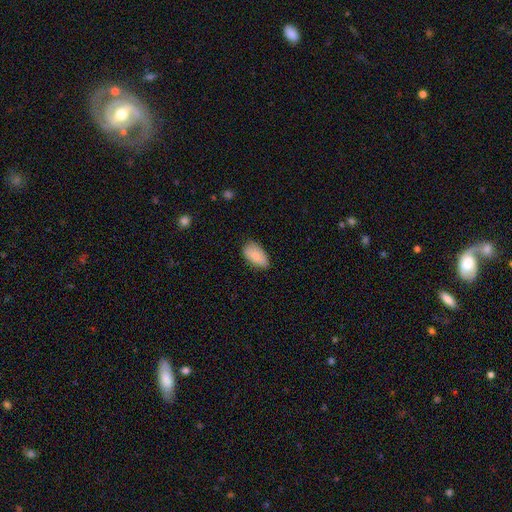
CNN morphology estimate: A smooth galaxy with no disk features (80%) that is in between round and cigar-shaped (94%).

Vote fractions:
- Smooth or featured? smooth: 80% / featured or disk: 14% / star or artifact: 6%
- How rounded? in between: 94% / round: 4% / cigar-shaped: 3%
- Merging? none: 73% / minor disturbance: 22% / major disturbance: 4% / merger: 1%